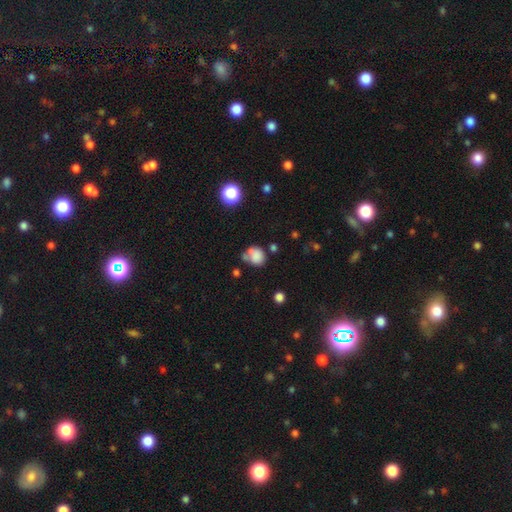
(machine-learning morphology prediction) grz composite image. It shows a smooth galaxy with no disk features (79%) that is round (68%). Merging: none (44%).